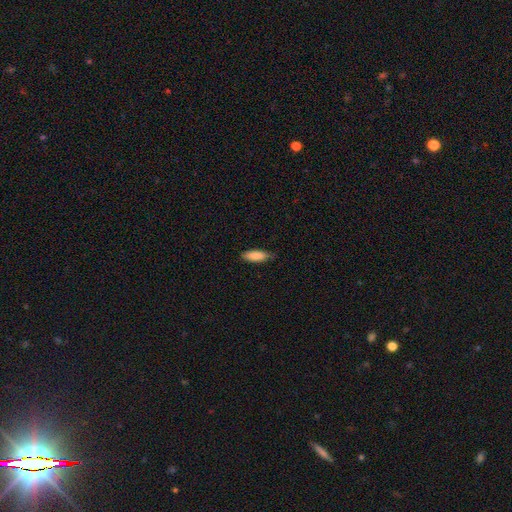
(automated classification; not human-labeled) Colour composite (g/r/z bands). It shows a smooth galaxy with no disk features (87%) that is in between round and cigar-shaped (61%). Merging: none (73%).